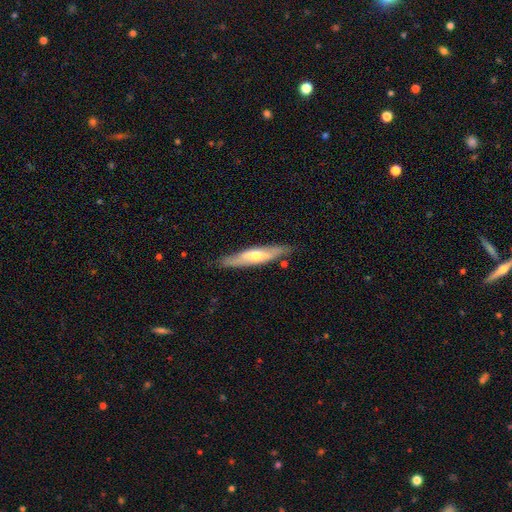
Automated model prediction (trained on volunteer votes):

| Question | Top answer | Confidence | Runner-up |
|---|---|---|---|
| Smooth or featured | featured or disk | 55% | smooth (39%) |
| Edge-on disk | yes | 75% | no (25%) |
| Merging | none | 81% | minor disturbance (14%) |